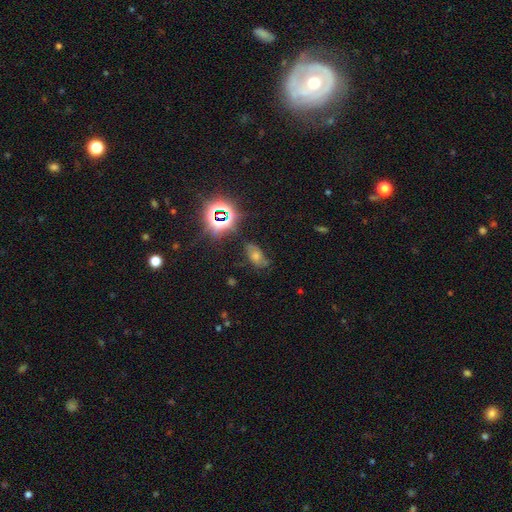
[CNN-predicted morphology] Smooth or featured? star or artifact (45%)